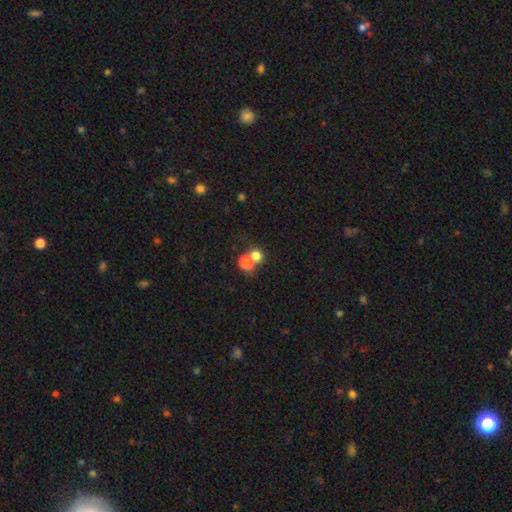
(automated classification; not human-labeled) smooth-or-featured: smooth: 73% | star or artifact: 16% | featured or disk: 11%
  how-rounded: round: 79% | in between: 20% | cigar-shaped: 1%
  merging: merger: 48% | none: 42% | minor disturbance: 6% | major disturbance: 4%